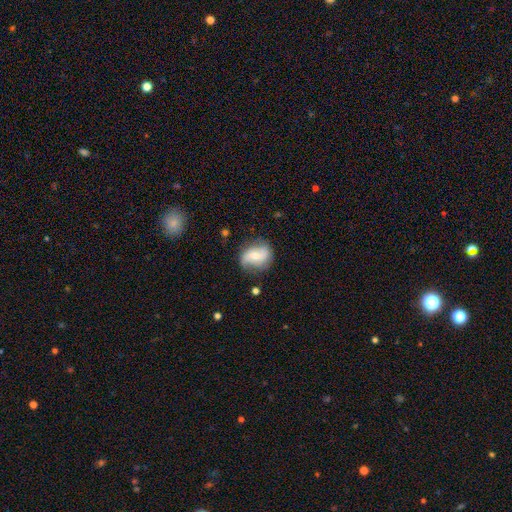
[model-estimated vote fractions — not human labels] Smooth or featured? Predicted: featured or disk (p=0.53). Edge-on disk? Predicted: no (p=0.96). Bar? Predicted: no (p=0.42). Spiral arms? Predicted: yes (p=0.80). Bulge size? Predicted: moderate (p=0.55). Merging? Predicted: none (p=0.69).